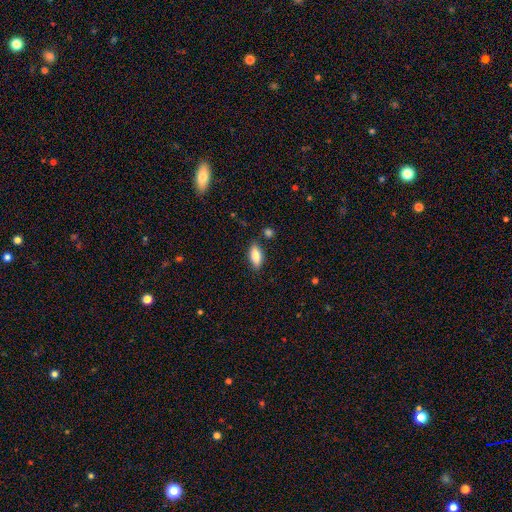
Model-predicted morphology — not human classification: smooth-or-featured: smooth: 80% | featured or disk: 13% | star or artifact: 7%
  how-rounded: in between: 82% | cigar-shaped: 15% | round: 3%
  merging: none: 82% | minor disturbance: 12% | merger: 3% | major disturbance: 3%